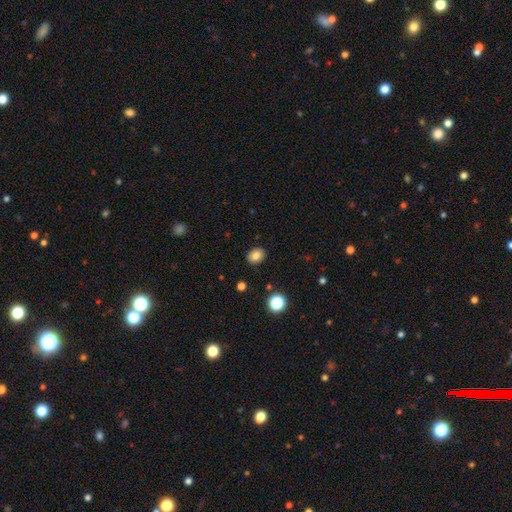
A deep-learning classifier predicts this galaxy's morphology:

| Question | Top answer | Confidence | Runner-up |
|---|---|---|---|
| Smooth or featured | smooth | 82% | star or artifact (11%) |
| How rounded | in between | 50% | round (49%) |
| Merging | none | 88% | minor disturbance (8%) |